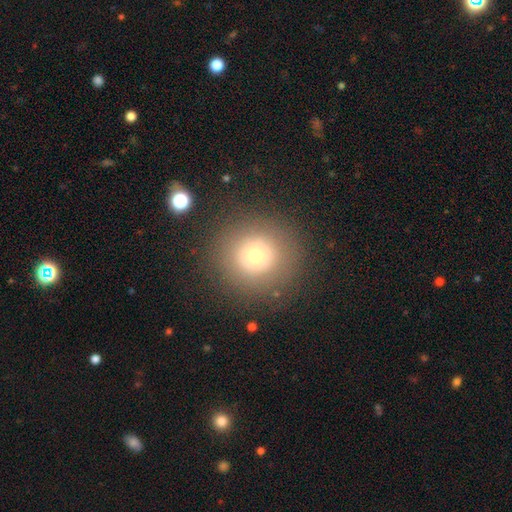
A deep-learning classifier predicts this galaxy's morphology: smooth_or_featured: smooth (p=0.69) [alt: star or artifact p=0.16]
how_rounded: round (p=0.94) [alt: in between p=0.05]
merging: none (p=0.86) [alt: minor disturbance p=0.07]